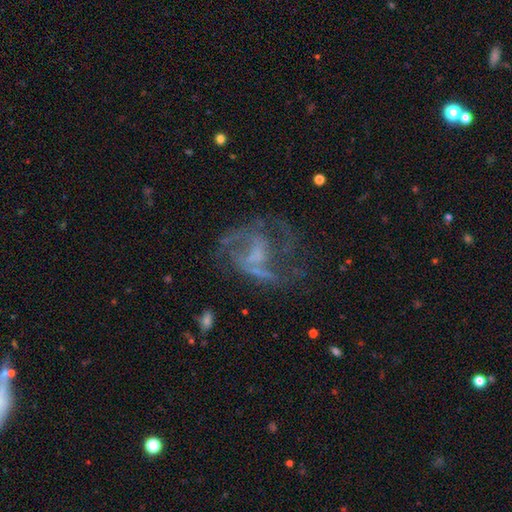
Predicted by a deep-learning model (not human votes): This is likely a featured or disk galaxy (75%). It is clearly not viewed edge-on (97%). Bar: possibly no (50%). Spiral arm pattern: likely yes (77%). Spiral arm count: possibly 2 (46%). Spiral winding: marginally medium (44%). Central bulge: marginally none (44%). Merging: possibly none (45%).